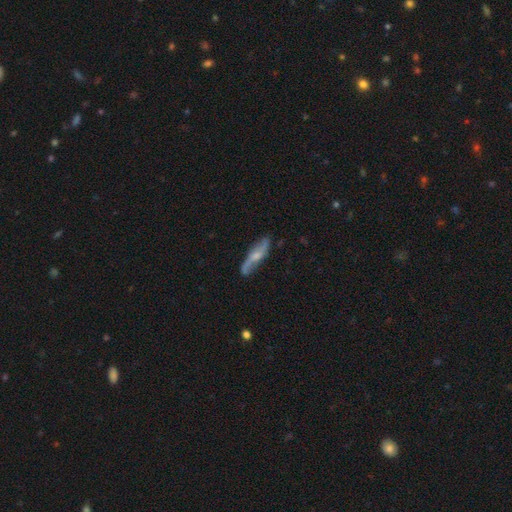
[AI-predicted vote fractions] A featured or disk galaxy (63%). Merging: none (77%).